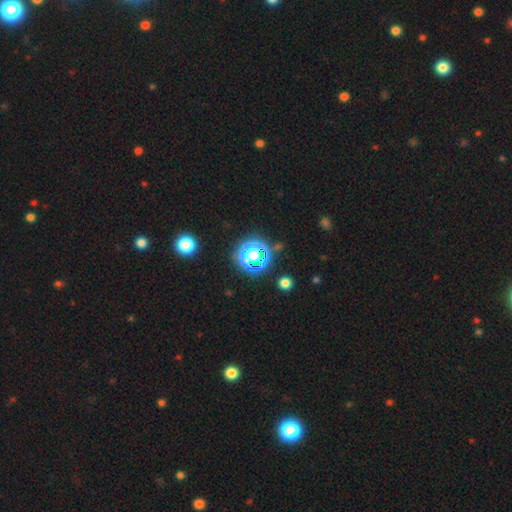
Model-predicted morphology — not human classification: A star or artifact, not a galaxy (52%).

Vote fractions:
- Smooth or featured? star or artifact: 52% / smooth: 37% / featured or disk: 12%